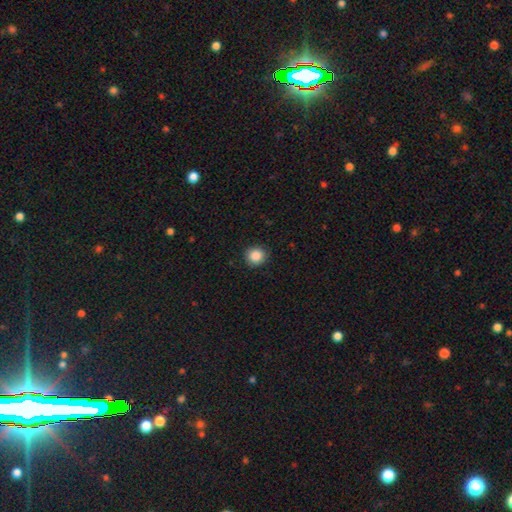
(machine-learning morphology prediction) A smooth galaxy with no disk features (87%) that is round (90%).

Vote fractions:
- Smooth or featured? smooth: 87% / star or artifact: 9% / featured or disk: 3%
- How rounded? round: 90% / in between: 9% / cigar-shaped: 1%
- Merging? none: 90% / minor disturbance: 7% / major disturbance: 2% / merger: 1%